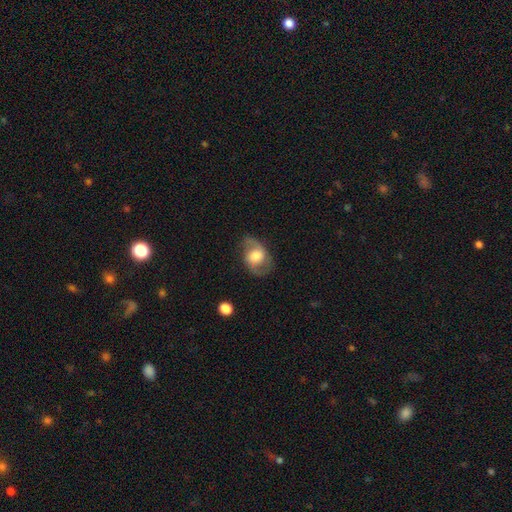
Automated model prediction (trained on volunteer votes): Q: Smooth or featured?
A: featured or disk (58%); runner-up: smooth (35%)
Q: Edge-on disk?
A: no (95%); runner-up: yes (5%)
Q: Bar?
A: no (56%); runner-up: weak (35%)
Q: Spiral arms?
A: yes (81%); runner-up: no (19%)
Q: Bulge size?
A: large (46%); runner-up: moderate (34%)
Q: Merging?
A: none (66%); runner-up: minor disturbance (21%)